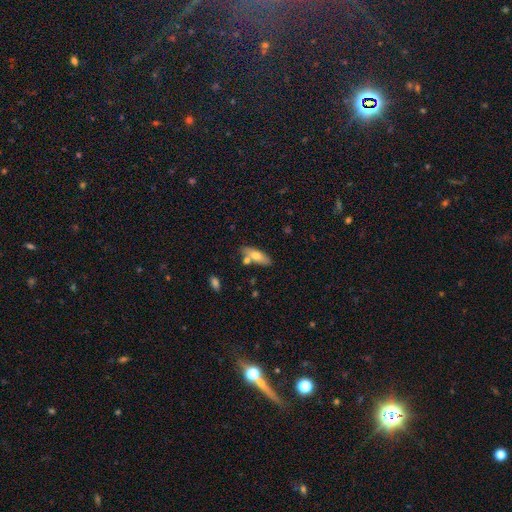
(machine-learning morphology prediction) Smooth or featured? Predicted: smooth (p=0.67). How rounded? Predicted: in between (p=0.61). Merging? Predicted: none (p=0.70).